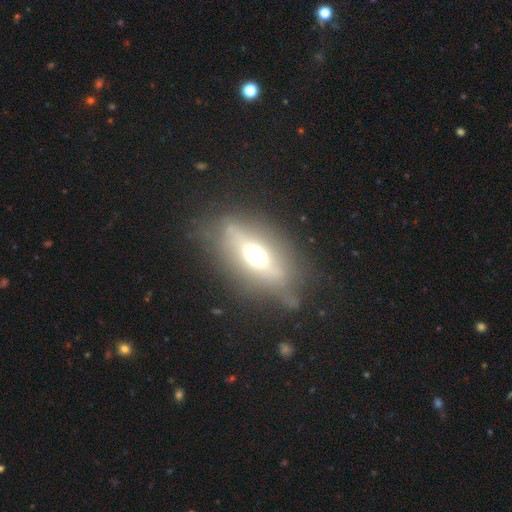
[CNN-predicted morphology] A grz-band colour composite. It shows a featured or disk galaxy (56%) viewed edge-on (65%). Merging: none (66%).